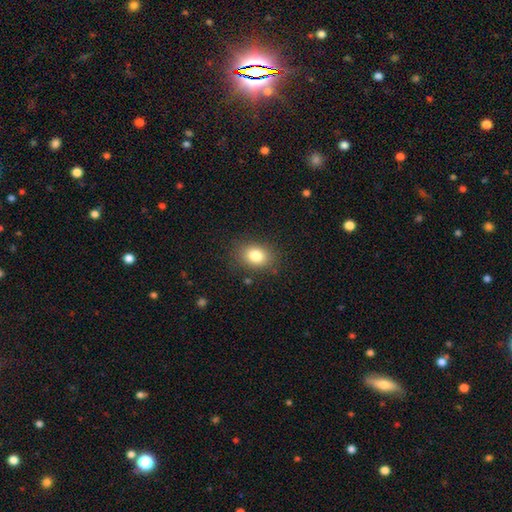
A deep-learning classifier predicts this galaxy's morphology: The model was most divided on "how rounded": in between: 63%, round: 36%, cigar-shaped: 1%. More confident: merging — none (84%); smooth or featured — smooth (82%).